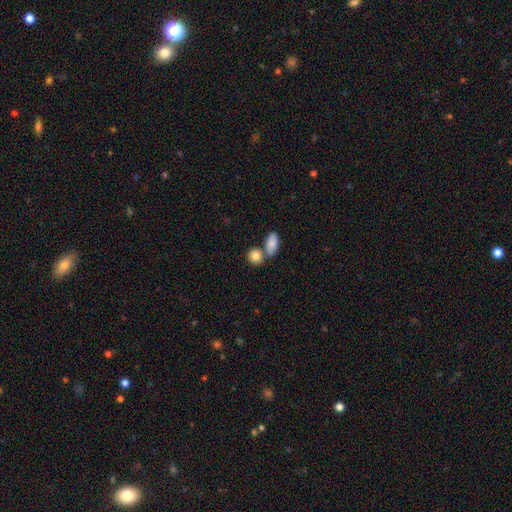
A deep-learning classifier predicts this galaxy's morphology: This is clearly a smooth galaxy (85%). How rounded: possibly round (50%). Merging: possibly none (54%).